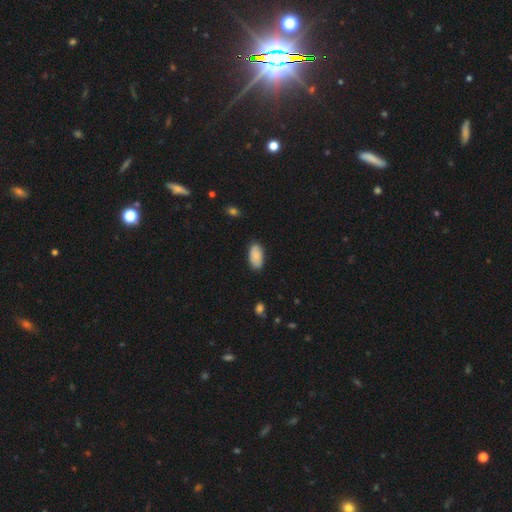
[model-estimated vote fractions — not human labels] Morphology: type=smooth (88%); roundness=in between (95%); merging=none (85%).